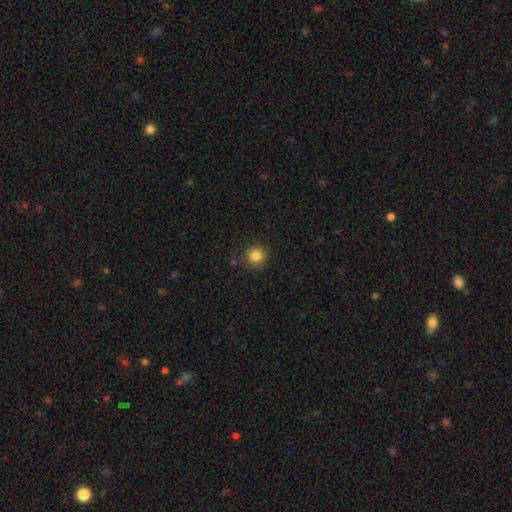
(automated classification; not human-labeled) The model was most divided on "smooth or featured": smooth: 83%, star or artifact: 11%, featured or disk: 5%. More confident: how rounded — round (92%); merging — none (87%).